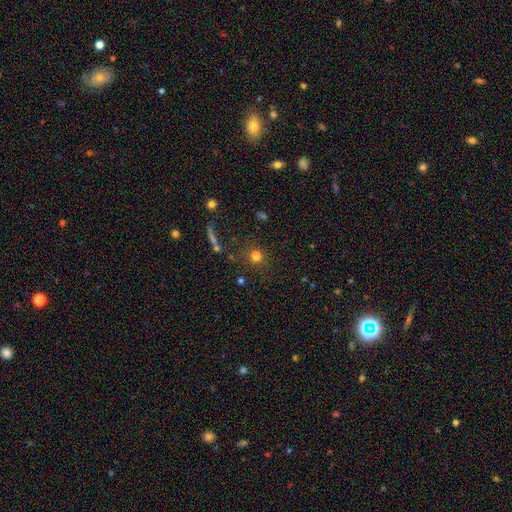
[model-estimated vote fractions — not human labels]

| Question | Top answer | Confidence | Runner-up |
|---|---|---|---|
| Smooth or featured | smooth | 73% | star or artifact (19%) |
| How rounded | round | 87% | in between (11%) |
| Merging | none | 76% | minor disturbance (10%) |